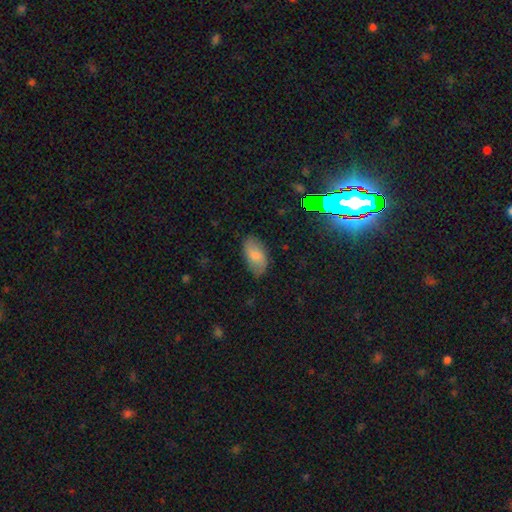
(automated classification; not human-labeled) Morphology: type=smooth (74%); roundness=in between (94%); merging=none (77%).